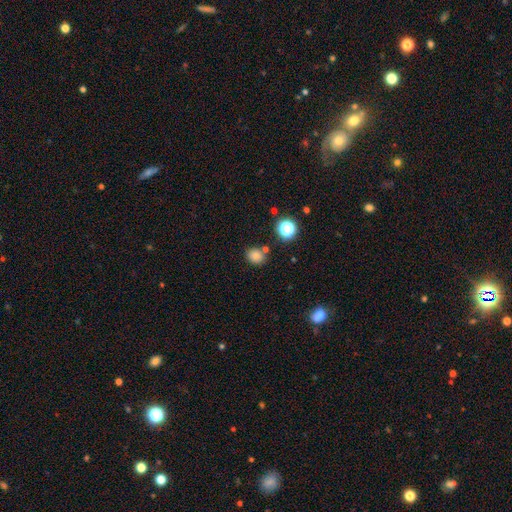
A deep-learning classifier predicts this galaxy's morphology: Smooth or featured?
  - smooth: 79% *
  - star or artifact: 15%
  - featured or disk: 6%
How rounded?
  - round: 61% *
  - in between: 38%
  - cigar-shaped: 1%
Merging?
  - none: 76% *
  - minor disturbance: 11%
  - merger: 9%
  - major disturbance: 3%